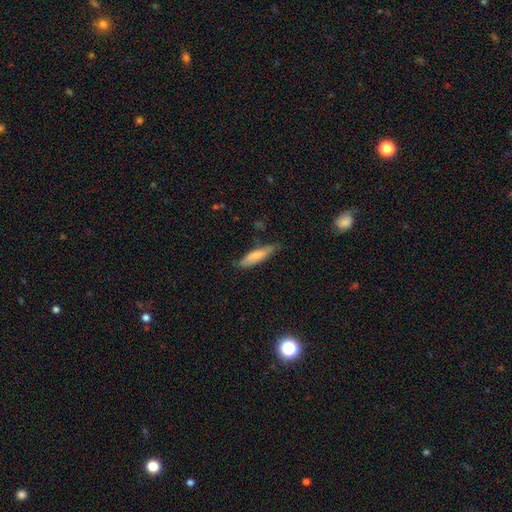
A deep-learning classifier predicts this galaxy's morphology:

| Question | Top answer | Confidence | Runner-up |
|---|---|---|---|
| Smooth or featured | smooth | 75% | featured or disk (19%) |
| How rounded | cigar-shaped | 67% | in between (32%) |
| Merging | none | 67% | minor disturbance (27%) |